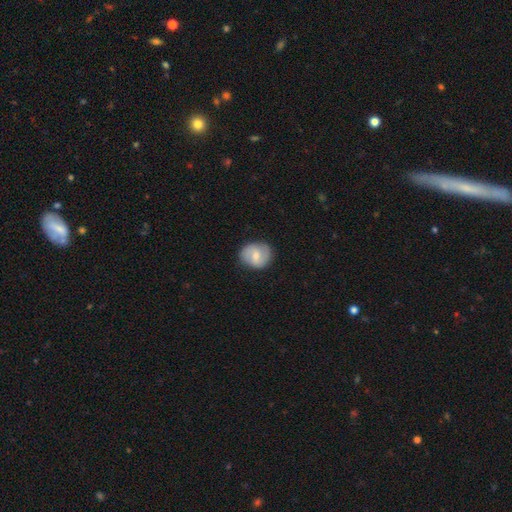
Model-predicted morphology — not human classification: Smooth or featured? Predicted: smooth (p=0.53). How rounded? Predicted: round (p=0.70). Merging? Predicted: none (p=0.80).